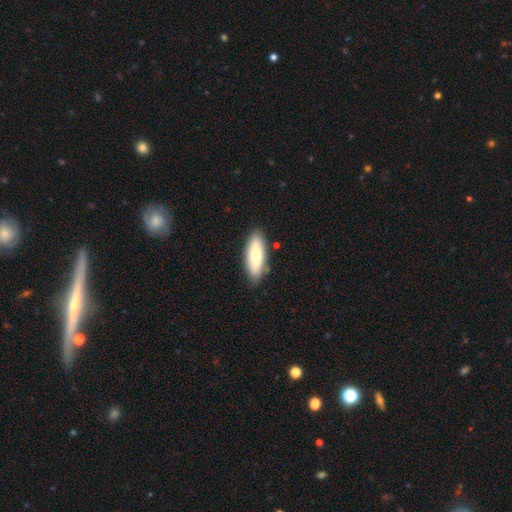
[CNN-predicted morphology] Smooth or featured: smooth — 72% (featured or disk — 22%)
How rounded: in between — 61% (cigar-shaped — 38%)
Merging: none — 84% (minor disturbance — 12%)